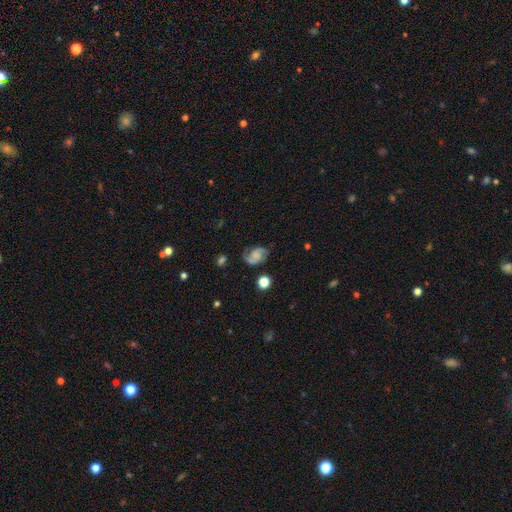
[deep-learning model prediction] smooth-or-featured: featured or disk: 64% | smooth: 26% | star or artifact: 10%
  disk-edge-on: no: 97% | yes: 3%
    bar: no: 60% | weak: 32% | strong: 7%
    has-spiral-arms: yes: 93% | no: 7%
      spiral-winding: medium: 46% | loose: 32% | tight: 22%
      spiral-arm-count: 2: 87% | can't tell: 6% | 1: 3% | 3: 2% | 4: 1% | more than 4: 1%
    bulge-size: none: 53% | small: 22% | moderate: 13% | large: 9% | dominant: 3%
  merging: none: 71% | minor disturbance: 19% | major disturbance: 8% | merger: 2%